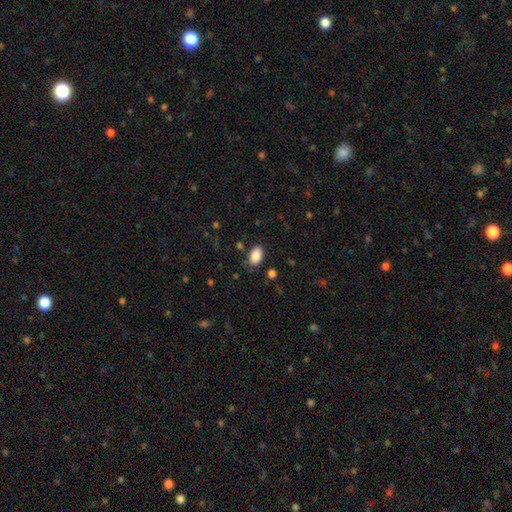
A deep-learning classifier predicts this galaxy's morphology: smooth-or-featured: smooth: 89% | star or artifact: 8% | featured or disk: 4%
  how-rounded: in between: 92% | round: 6% | cigar-shaped: 2%
  merging: none: 82% | minor disturbance: 13% | major disturbance: 3% | merger: 2%